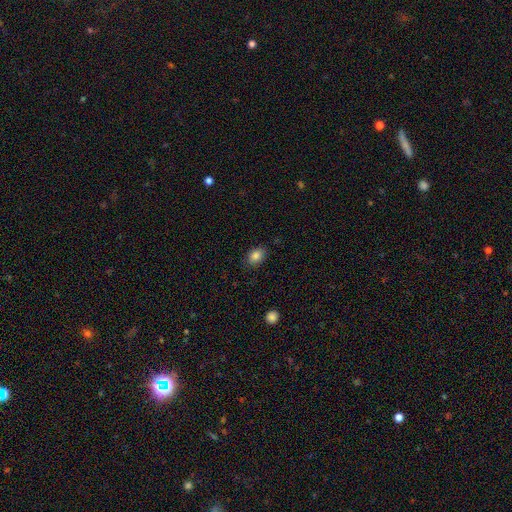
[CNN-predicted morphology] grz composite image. It shows a smooth galaxy with no disk features (85%) that is in between round and cigar-shaped (76%). Merging: none (84%).